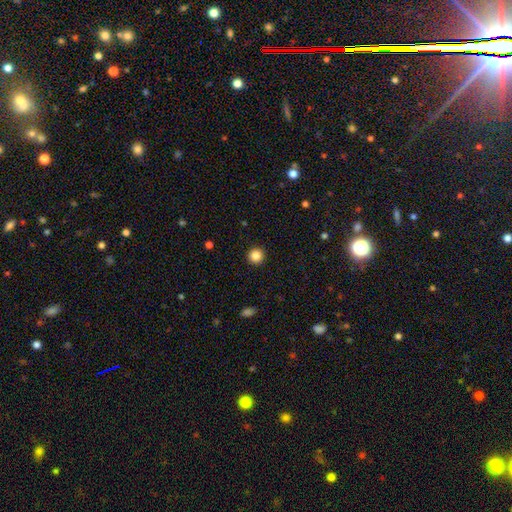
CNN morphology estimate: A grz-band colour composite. It shows a smooth galaxy with no disk features (85%) that is round (96%). Merging: none (93%).